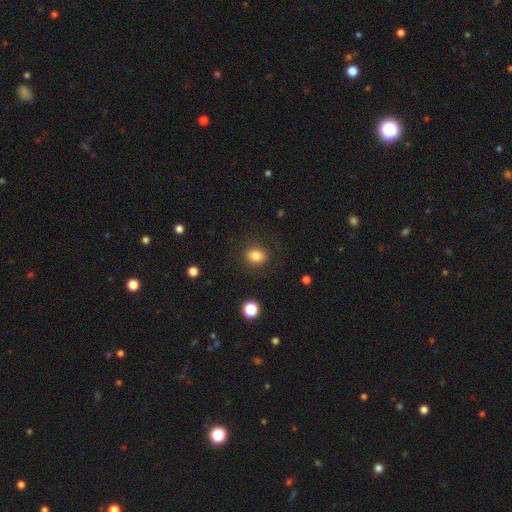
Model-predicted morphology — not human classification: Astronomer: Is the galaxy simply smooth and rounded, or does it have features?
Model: smooth — 82%.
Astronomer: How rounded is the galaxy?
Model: round — 54% (runner-up: in between, 45%).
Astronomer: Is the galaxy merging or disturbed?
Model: none — 85%.